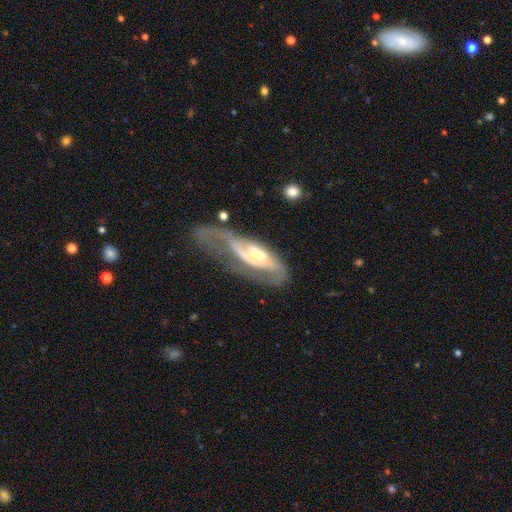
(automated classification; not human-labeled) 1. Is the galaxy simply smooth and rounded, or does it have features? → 72% featured or disk, 21% smooth, 6% star or artifact.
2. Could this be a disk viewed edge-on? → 86% no, 14% yes.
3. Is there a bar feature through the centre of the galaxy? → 49% no, 37% weak, 14% strong.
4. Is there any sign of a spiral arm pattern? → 82% yes, 18% no.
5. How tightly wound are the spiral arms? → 40% loose, 39% medium, 21% tight.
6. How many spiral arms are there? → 42% 2, 31% 1, 19% can't tell, 4% 3, 2% 4, 2% more than 4.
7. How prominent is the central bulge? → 49% moderate, 25% small, 19% large, 6% none, 3% dominant.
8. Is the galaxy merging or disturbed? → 53% major disturbance, 21% none, 18% minor disturbance, 8% merger.